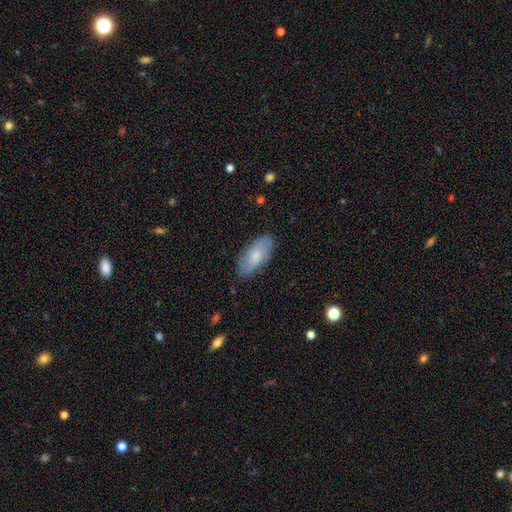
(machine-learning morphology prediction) The model was most divided on "smooth or featured": smooth: 71%, featured or disk: 23%, star or artifact: 6%. More confident: how rounded — in between (89%); merging — none (83%).